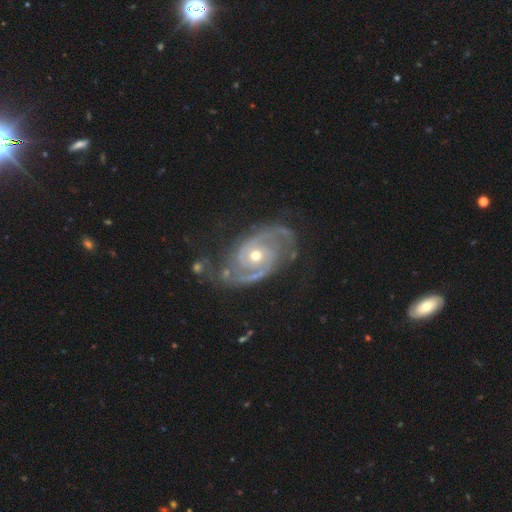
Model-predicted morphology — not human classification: smooth-or-featured: featured or disk: 92% | star or artifact: 4% | smooth: 4%
  disk-edge-on: no: 97% | yes: 3%
    bar: no: 75% | weak: 19% | strong: 6%
    has-spiral-arms: yes: 98% | no: 2%
      spiral-winding: tight: 54% | medium: 37% | loose: 9%
      spiral-arm-count: 2: 84% | 3: 5% | can't tell: 5% | 1: 2% | 4: 2% | more than 4: 2%
    bulge-size: moderate: 62% | small: 34% | large: 2% | none: 1% | dominant: 1%
  merging: none: 67% | minor disturbance: 20% | major disturbance: 10% | merger: 3%